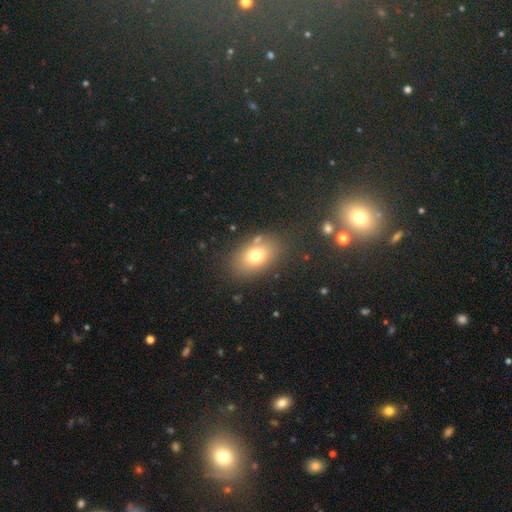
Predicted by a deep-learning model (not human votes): The model was most divided on "smooth or featured": smooth: 73%, featured or disk: 16%, star or artifact: 11%. More confident: how rounded — in between (80%); merging — none (76%).